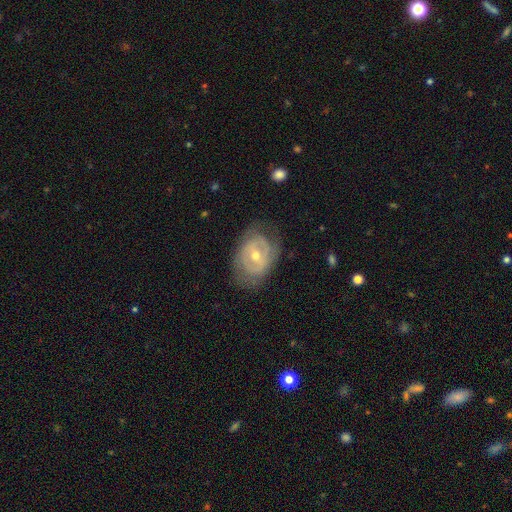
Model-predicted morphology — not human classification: Smooth or featured?
  - featured or disk: 72% *
  - smooth: 22%
  - star or artifact: 6%
Edge-on disk?
  - no: 95% *
  - yes: 5%
Bar?
  - weak: 41% *
  - no: 38%
  - strong: 22%
Spiral arms?
  - yes: 54% *
  - no: 46%
Bulge size?
  - moderate: 58% *
  - small: 39%
  - large: 2%
  - none: 1%
  - dominant: 1%
Merging?
  - none: 66% *
  - minor disturbance: 21%
  - major disturbance: 11%
  - merger: 1%